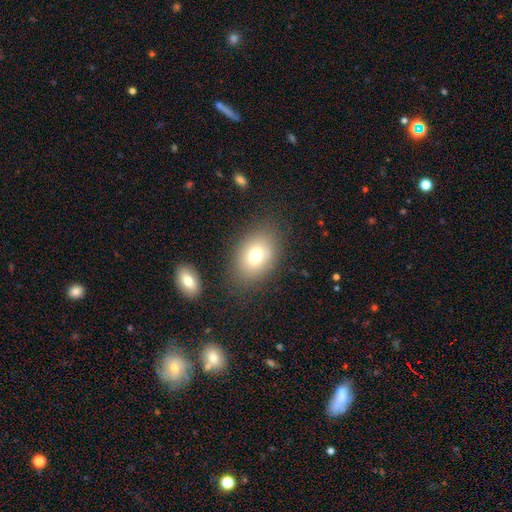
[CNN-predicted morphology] The model was most divided on "how rounded": in between: 69%, round: 30%, cigar-shaped: 1%. More confident: merging — none (79%); smooth or featured — smooth (73%).